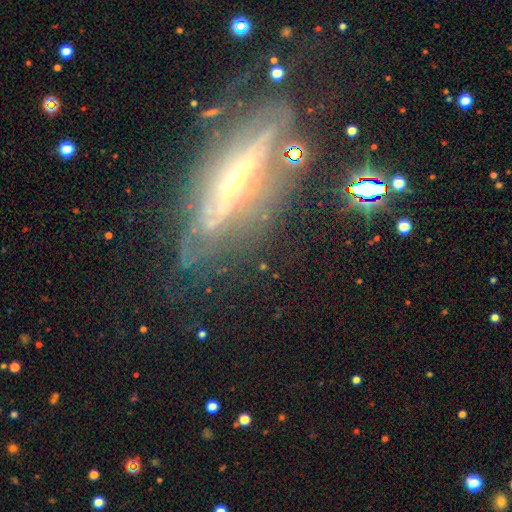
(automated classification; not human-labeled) Q: Smooth or featured?
A: featured or disk (81%); runner-up: smooth (10%)
Q: Edge-on disk?
A: yes (74%); runner-up: no (26%)
Q: Edge-on bulge?
A: rounded (71%); runner-up: none (22%)
Q: Merging?
A: none (72%); runner-up: minor disturbance (17%)